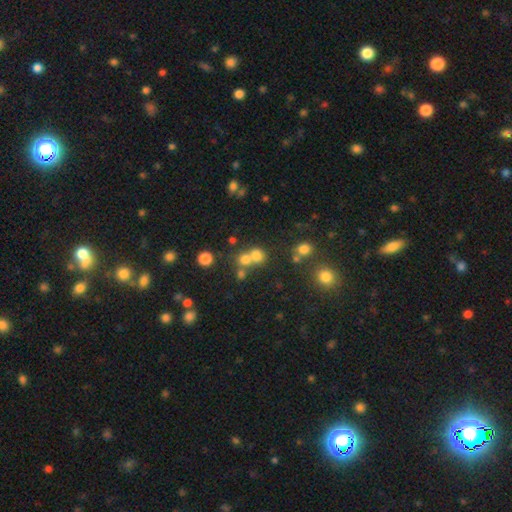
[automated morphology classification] A smooth galaxy with no disk features (70%) that is round (82%). Merging: merger (46%).